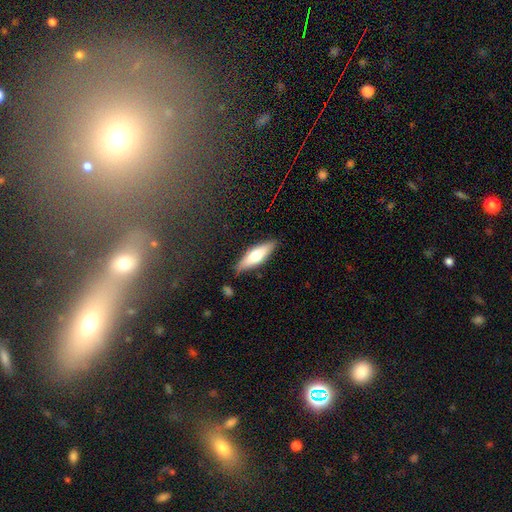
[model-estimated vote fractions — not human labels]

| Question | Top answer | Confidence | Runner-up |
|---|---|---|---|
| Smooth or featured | smooth | 61% | featured or disk (34%) |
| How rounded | cigar-shaped | 54% | in between (45%) |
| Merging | none | 83% | minor disturbance (12%) |